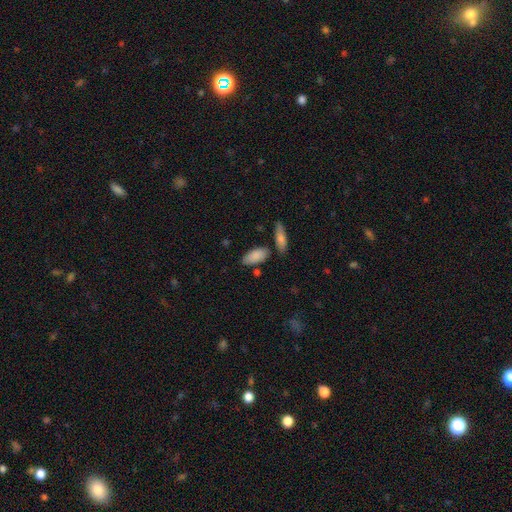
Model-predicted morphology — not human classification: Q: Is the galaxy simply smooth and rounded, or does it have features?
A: smooth — 86%.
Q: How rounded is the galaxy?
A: in between — 89%.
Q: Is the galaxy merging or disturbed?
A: none — 73%.